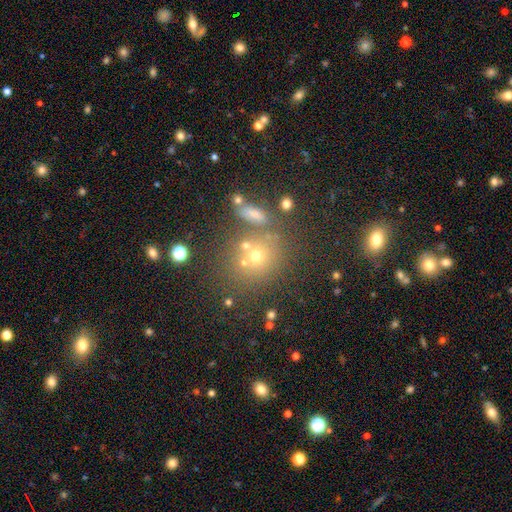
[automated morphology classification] This is possibly a smooth galaxy (58%). How rounded: likely round (78%). Merging: likely none (61%).